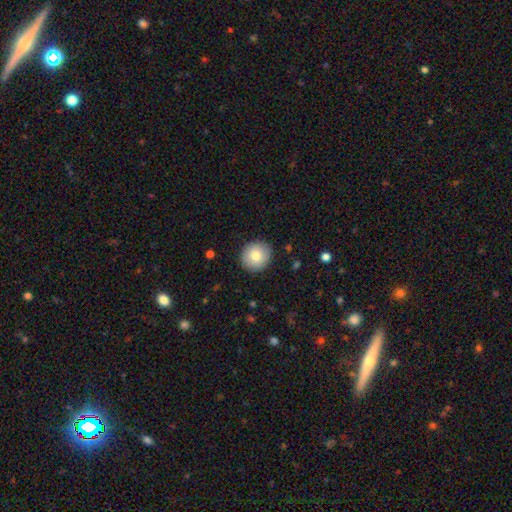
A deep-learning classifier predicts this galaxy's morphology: Overall: smooth (79%). How rounded: round (91%). Merging: none (90%).